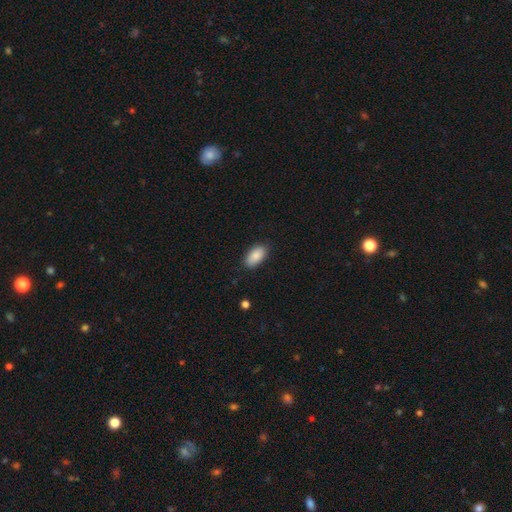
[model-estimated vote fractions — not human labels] A smooth galaxy with no disk features (88%) that is in between round and cigar-shaped (94%). Merging: none (86%).